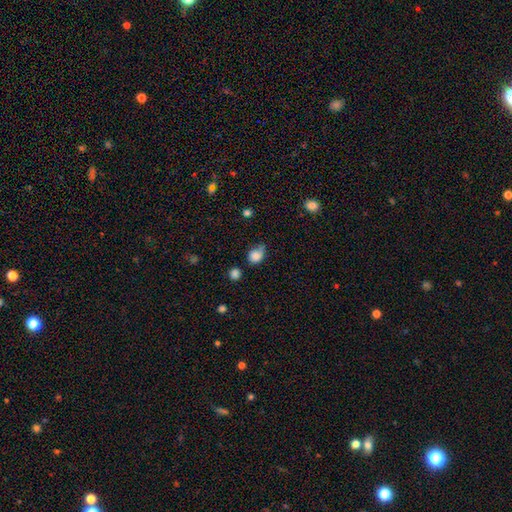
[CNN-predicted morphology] smooth_or_featured: smooth (p=0.83) [alt: star or artifact p=0.10]
how_rounded: round (p=0.50) [alt: in between p=0.49]
merging: none (p=0.42) [alt: minor disturbance p=0.40]